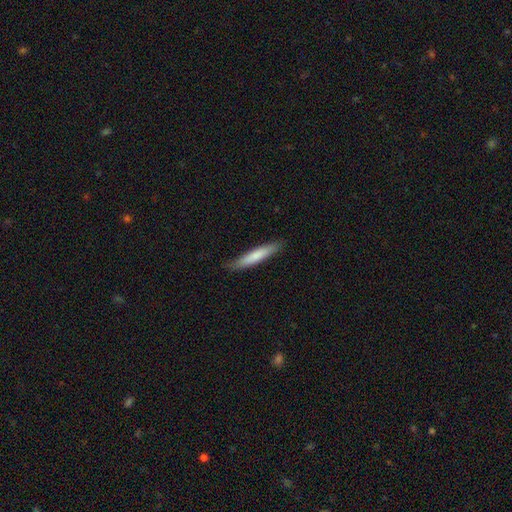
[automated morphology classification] Smooth or featured: smooth — 75% (featured or disk — 20%)
How rounded: cigar-shaped — 89% (in between — 10%)
Merging: none — 83% (minor disturbance — 14%)